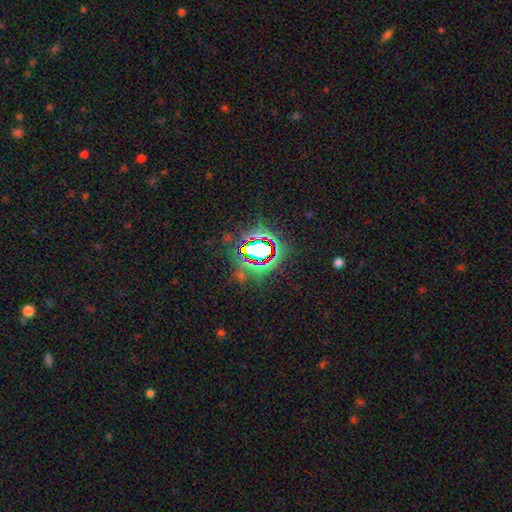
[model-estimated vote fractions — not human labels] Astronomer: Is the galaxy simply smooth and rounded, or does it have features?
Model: star or artifact — 79%.